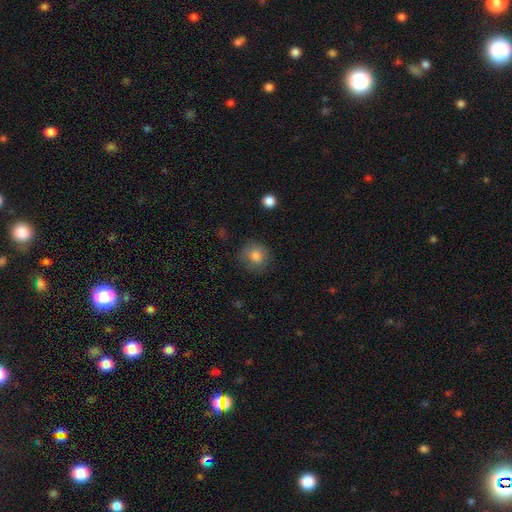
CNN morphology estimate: smooth-or-featured: smooth: 83% | star or artifact: 10% | featured or disk: 8%
  how-rounded: round: 87% | in between: 12% | cigar-shaped: 1%
  merging: none: 80% | minor disturbance: 14% | major disturbance: 5% | merger: 1%